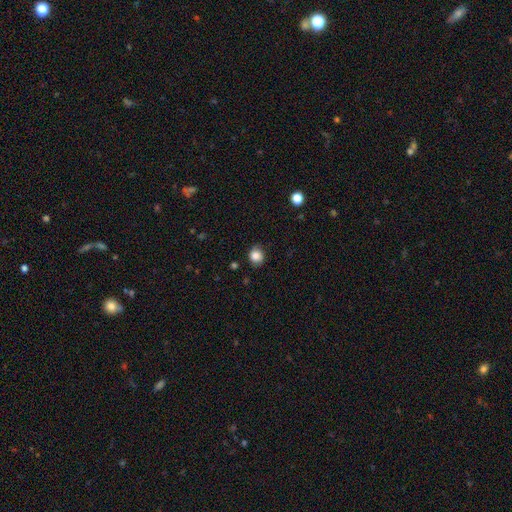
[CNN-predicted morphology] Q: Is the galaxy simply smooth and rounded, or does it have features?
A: smooth — 84%.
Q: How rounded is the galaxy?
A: round — 76%.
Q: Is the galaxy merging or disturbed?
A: none — 80%.